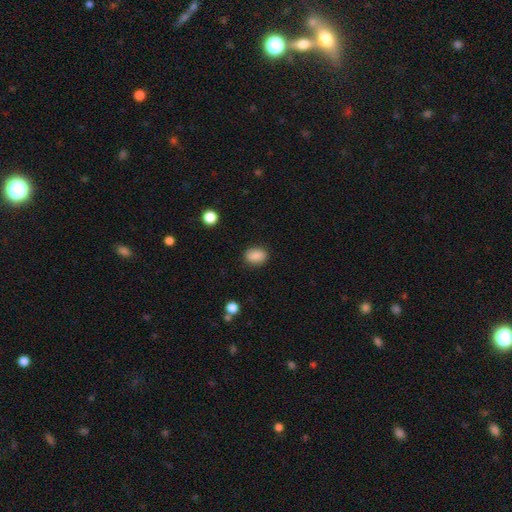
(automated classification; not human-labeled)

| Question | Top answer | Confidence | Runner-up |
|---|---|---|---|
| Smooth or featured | smooth | 88% | star or artifact (8%) |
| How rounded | in between | 68% | round (30%) |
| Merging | none | 87% | minor disturbance (9%) |